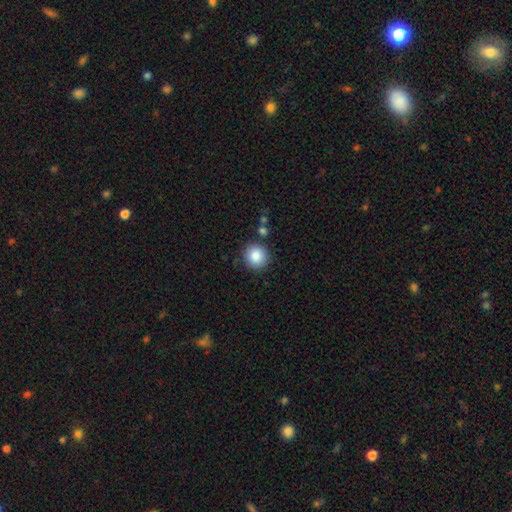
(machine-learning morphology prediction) Smooth or featured: smooth — 87% (star or artifact — 9%)
How rounded: round — 91% (in between — 8%)
Merging: none — 85% (minor disturbance — 9%)